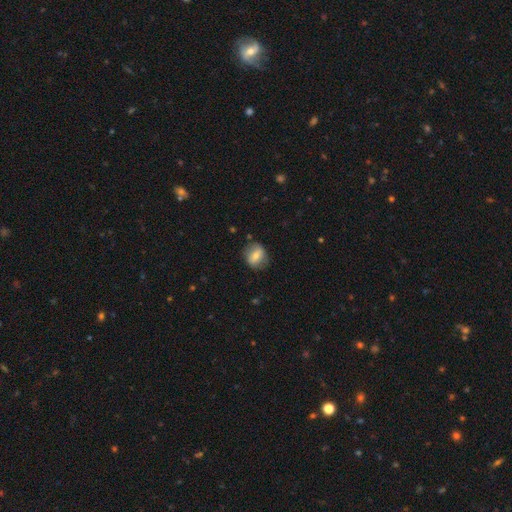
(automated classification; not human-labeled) Q: Smooth or featured?
A: smooth (62%); runner-up: featured or disk (30%)
Q: How rounded?
A: round (60%); runner-up: in between (38%)
Q: Merging?
A: none (78%); runner-up: minor disturbance (16%)